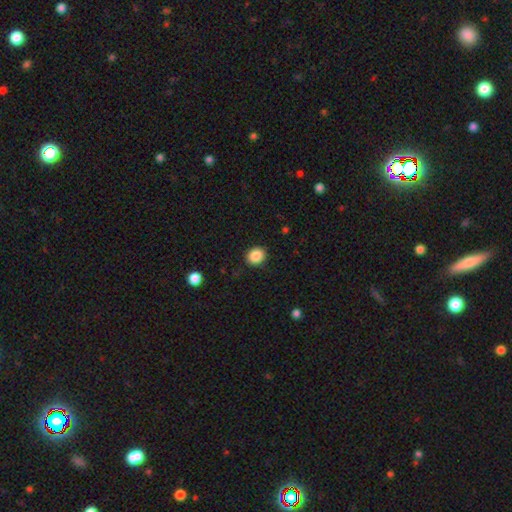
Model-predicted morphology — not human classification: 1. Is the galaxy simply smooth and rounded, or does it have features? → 88% smooth, 9% star or artifact, 3% featured or disk.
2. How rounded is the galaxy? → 73% round, 26% in between, 1% cigar-shaped.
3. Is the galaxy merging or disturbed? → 90% none, 7% minor disturbance, 2% major disturbance, 1% merger.